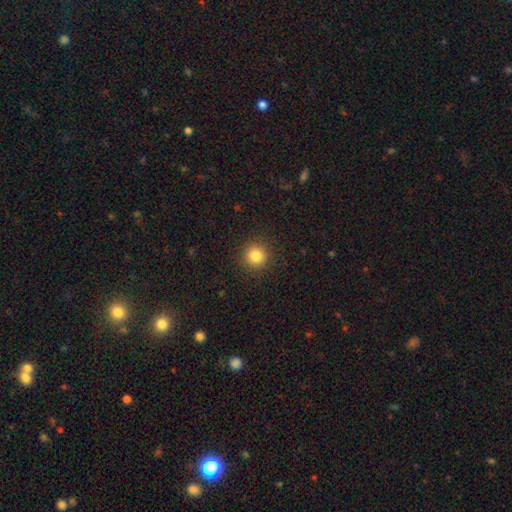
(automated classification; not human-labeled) A smooth galaxy with no disk features (84%) that is round (94%). Merging: none (91%).